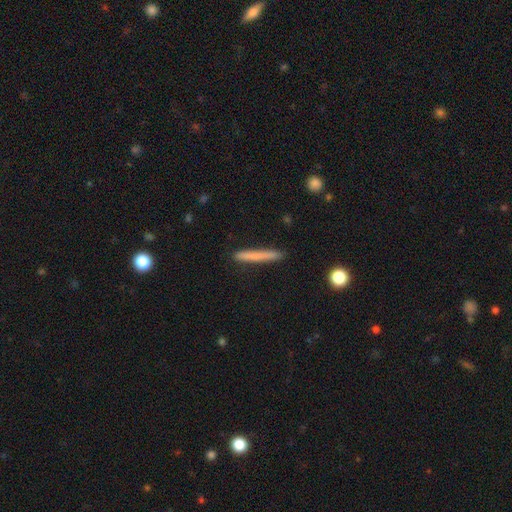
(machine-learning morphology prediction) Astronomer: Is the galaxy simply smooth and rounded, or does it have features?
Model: smooth — 71%.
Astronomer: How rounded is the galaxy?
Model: cigar-shaped — 96%.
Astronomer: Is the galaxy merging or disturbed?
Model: none — 90%.